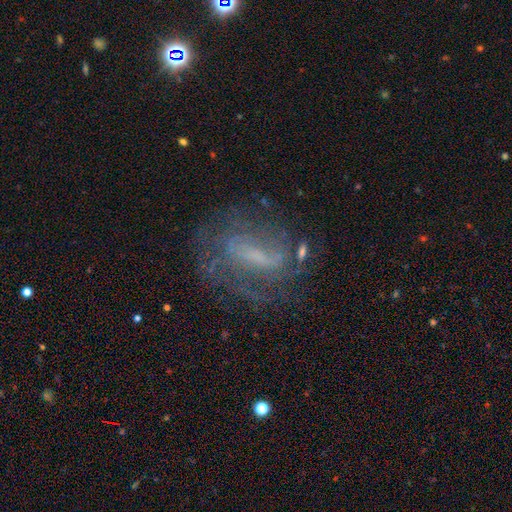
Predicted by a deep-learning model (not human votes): A featured or disk galaxy (66%) with a weak bar (39%), spiral arms (71%) and a small central bulge (41%).

Vote fractions:
- Smooth or featured? featured or disk: 66% / smooth: 20% / star or artifact: 14%
- Edge-on disk? no: 88% / yes: 12%
- Bar? weak: 39% / strong: 37% / no: 24%
- Spiral arms? yes: 71% / no: 29%
- Bulge size? small: 41% / none: 32% / moderate: 22% / large: 4% / dominant: 1%
- Merging? none: 59% / minor disturbance: 19% / major disturbance: 18% / merger: 3%